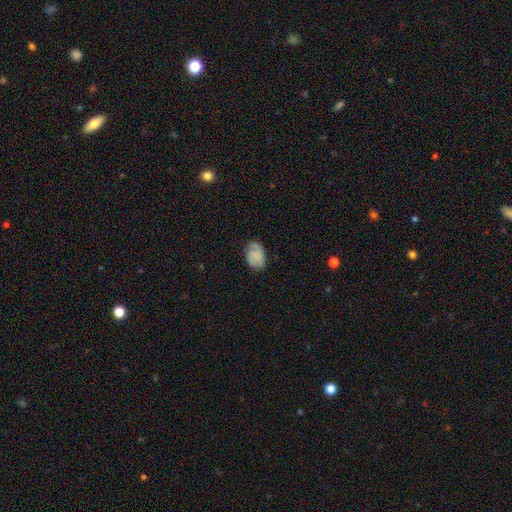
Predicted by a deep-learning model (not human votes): smooth_or_featured: smooth (p=0.58) [alt: featured or disk p=0.33]
how_rounded: in between (p=0.81) [alt: round p=0.18]
merging: none (p=0.70) [alt: minor disturbance p=0.22]